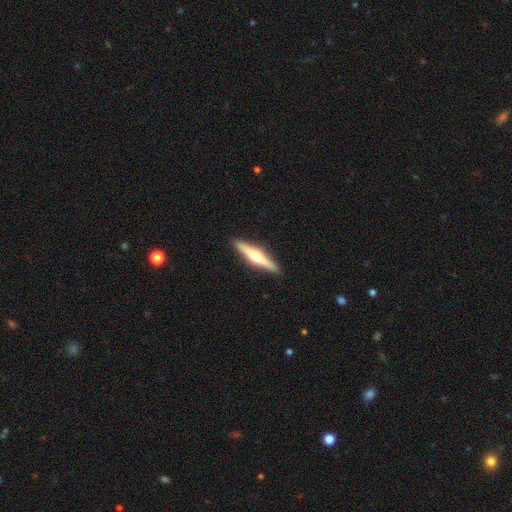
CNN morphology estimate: Overall: featured or disk (64%; smooth 31%). Edge-on disk: yes (97%). Edge-on bulge: rounded (93%). Merging: none (91%).